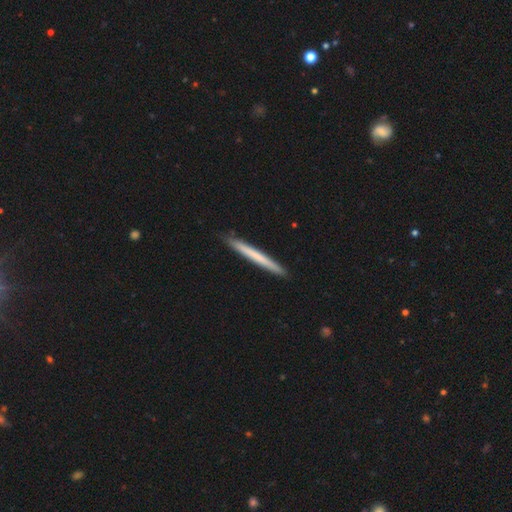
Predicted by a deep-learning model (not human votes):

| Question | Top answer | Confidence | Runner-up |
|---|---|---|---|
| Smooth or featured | smooth | 63% | featured or disk (32%) |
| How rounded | cigar-shaped | 97% | in between (2%) |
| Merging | none | 91% | minor disturbance (6%) |